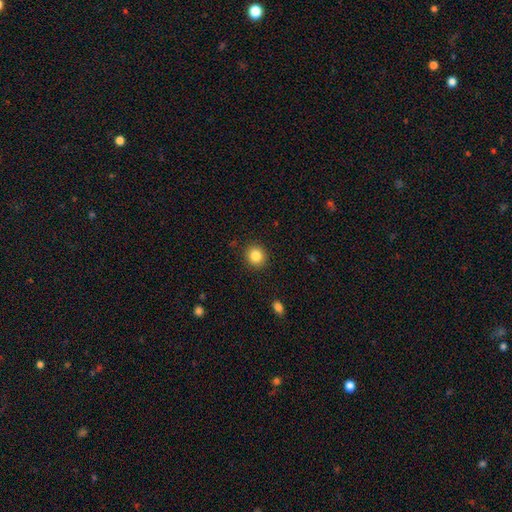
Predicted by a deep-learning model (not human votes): Overall: smooth (85%). How rounded: round (86%). Merging: none (90%).